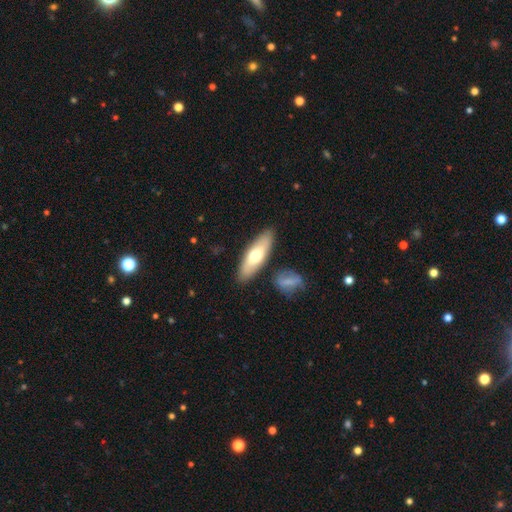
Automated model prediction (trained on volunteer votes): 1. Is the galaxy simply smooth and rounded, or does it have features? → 64% smooth, 31% featured or disk, 5% star or artifact.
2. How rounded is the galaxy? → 59% in between, 39% cigar-shaped, 2% round.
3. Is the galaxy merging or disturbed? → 83% none, 10% minor disturbance, 5% merger, 2% major disturbance.